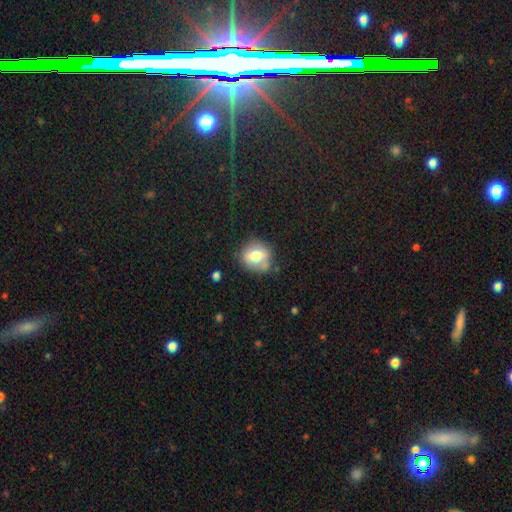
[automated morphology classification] This appears to be a smooth galaxy with no disk features (66%) that is round (73%). Merging: none (72%).